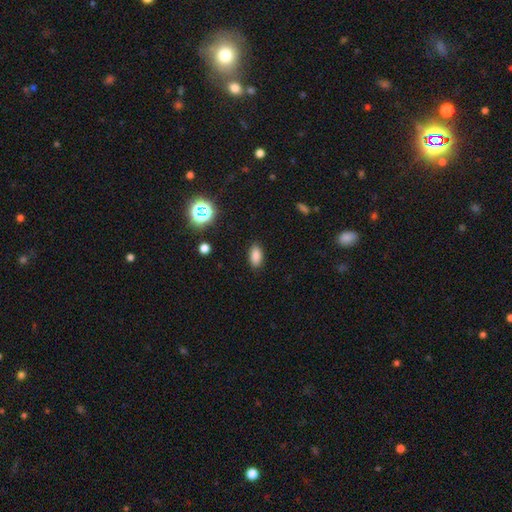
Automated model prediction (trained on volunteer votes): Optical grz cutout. It shows a smooth galaxy with no disk features (83%) that is in between round and cigar-shaped (88%). Merging: none (88%).